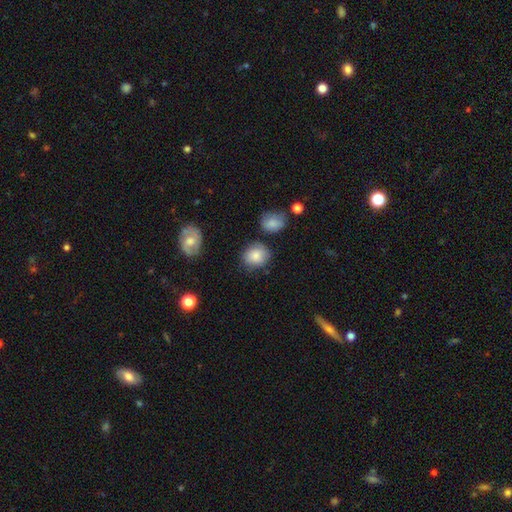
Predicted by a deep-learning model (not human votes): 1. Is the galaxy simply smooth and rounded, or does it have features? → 82% smooth, 10% featured or disk, 8% star or artifact.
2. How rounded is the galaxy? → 69% round, 30% in between, 1% cigar-shaped.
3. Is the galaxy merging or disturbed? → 70% none, 19% minor disturbance, 6% merger, 5% major disturbance.